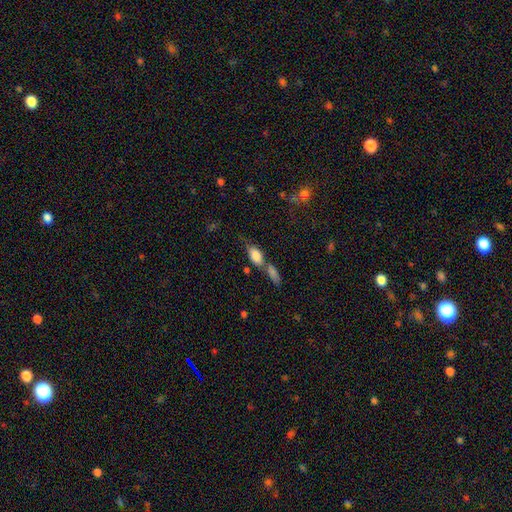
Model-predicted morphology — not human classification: This appears to be a smooth galaxy with no disk features (80%) that is in between round and cigar-shaped (84%). Merging: merger (44%).